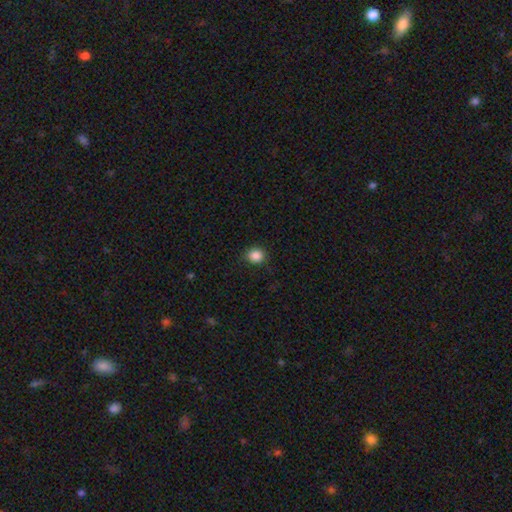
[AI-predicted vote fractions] Smooth or featured?
  - smooth: 87% *
  - star or artifact: 10%
  - featured or disk: 3%
How rounded?
  - round: 81% *
  - in between: 18%
  - cigar-shaped: 1%
Merging?
  - none: 88% *
  - minor disturbance: 9%
  - major disturbance: 2%
  - merger: 1%